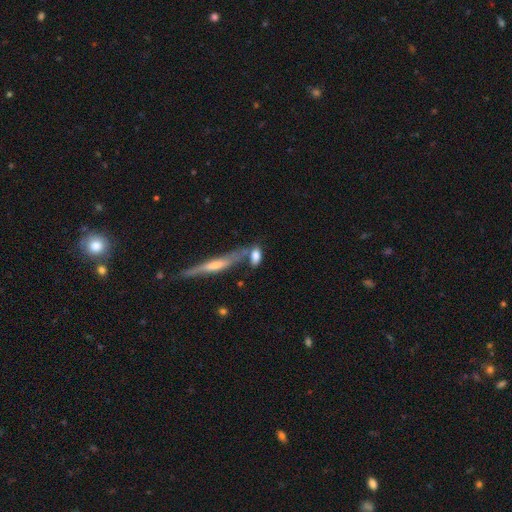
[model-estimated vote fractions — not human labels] Morphology: type=smooth (73%); roundness=in between (68%); merging=none (47%).